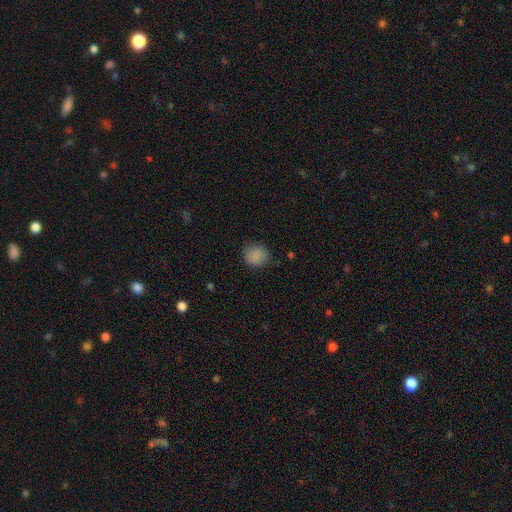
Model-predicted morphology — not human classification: smooth 86%, star or artifact 9%, featured or disk 4%. Down the decision tree: how rounded — round (84%); merging — none (82%).